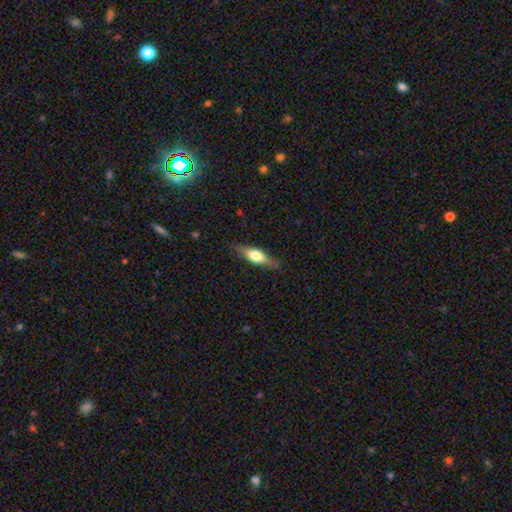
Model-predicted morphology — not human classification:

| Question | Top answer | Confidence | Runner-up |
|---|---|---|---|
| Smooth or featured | smooth | 53% | featured or disk (41%) |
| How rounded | cigar-shaped | 50% | in between (47%) |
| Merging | none | 83% | minor disturbance (13%) |